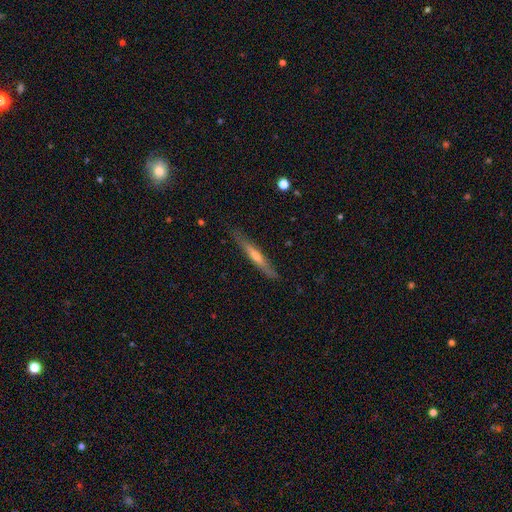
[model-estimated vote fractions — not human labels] This appears to be a featured or disk galaxy (64%) viewed edge-on (95%) with a rounded central bulge (69%). Merging: none (86%).